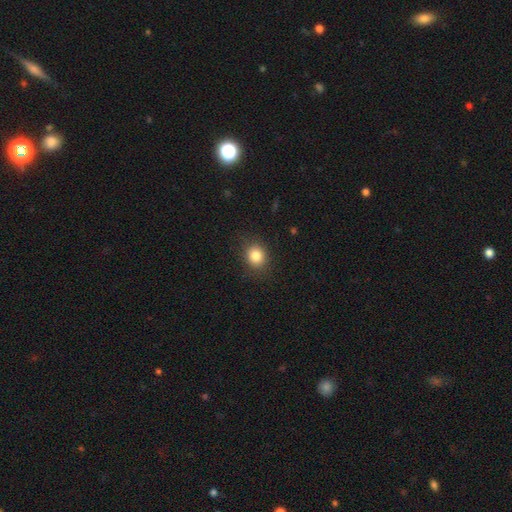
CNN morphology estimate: Overall: smooth (83%). How rounded: round (68%; in between 31%). Merging: none (84%).